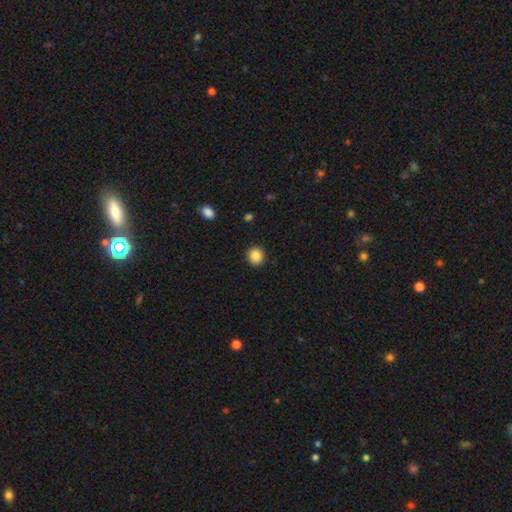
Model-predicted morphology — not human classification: Overall: smooth (87%). How rounded: round (92%). Merging: none (92%).